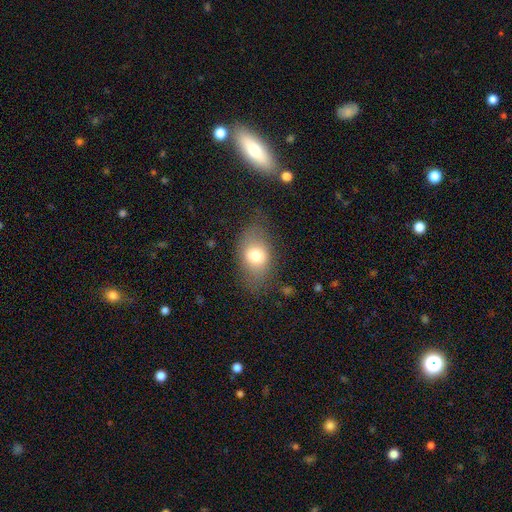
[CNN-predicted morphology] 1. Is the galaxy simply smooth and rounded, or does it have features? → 73% smooth, 18% featured or disk, 9% star or artifact.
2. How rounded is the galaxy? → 79% in between, 19% round, 2% cigar-shaped.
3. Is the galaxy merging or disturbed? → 67% none, 21% minor disturbance, 11% major disturbance, 2% merger.